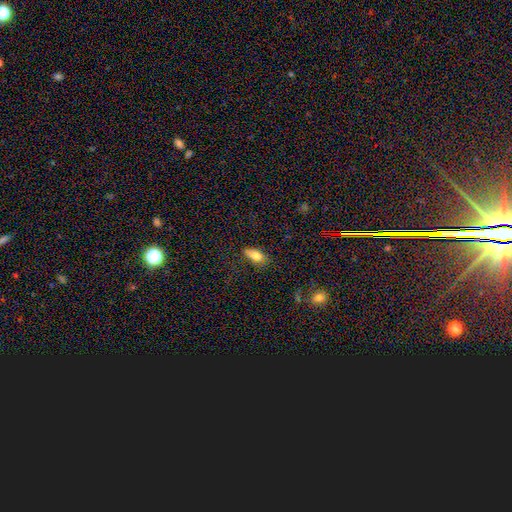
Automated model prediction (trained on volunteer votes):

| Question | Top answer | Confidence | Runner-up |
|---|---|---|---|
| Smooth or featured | smooth | 79% | featured or disk (11%) |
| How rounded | in between | 82% | cigar-shaped (13%) |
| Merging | none | 66% | minor disturbance (23%) |